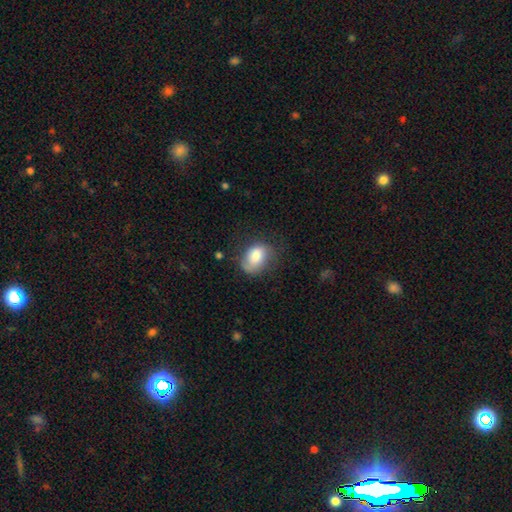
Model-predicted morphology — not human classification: Overall: smooth (77%). How rounded: in between (75%). Merging: none (53%; minor disturbance 31%).